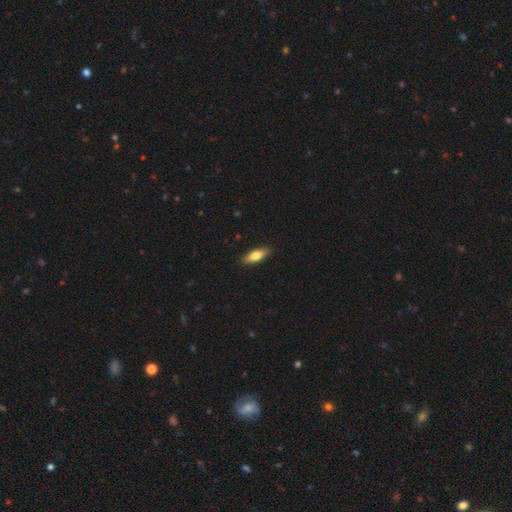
Smooth or featured?
  - smooth: 72% *
  - featured or disk: 26%
  - star or artifact: 3%
How rounded?
  - in between: 75% *
  - cigar-shaped: 25%
  - round: 0%
Merging?
  - none: 97% *
  - minor disturbance: 3%
  - major disturbance: 0%
  - merger: 0%